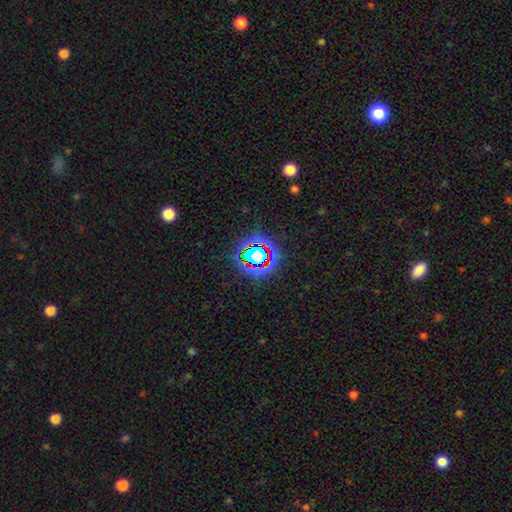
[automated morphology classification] Smooth or featured?
  - star or artifact: 70% *
  - smooth: 18%
  - featured or disk: 12%